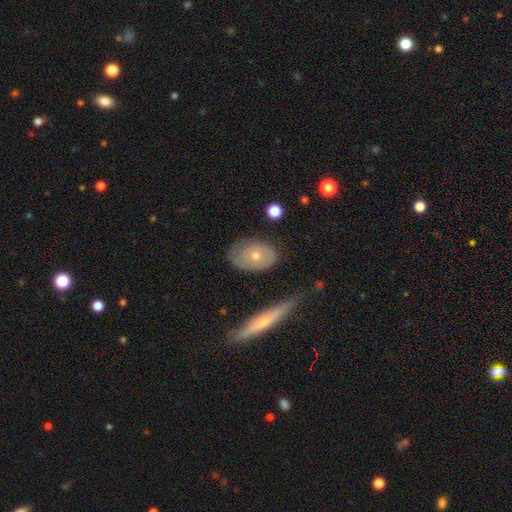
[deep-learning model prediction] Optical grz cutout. It shows a smooth galaxy with no disk features (53%) that is in between round and cigar-shaped (81%). Merging: none (68%).